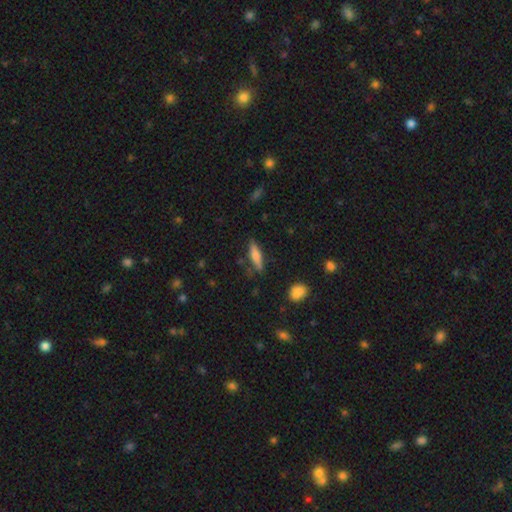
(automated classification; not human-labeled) A smooth galaxy with no disk features (63%) that is cigar-shaped (67%).

Vote fractions:
- Smooth or featured? smooth: 63% / featured or disk: 30% / star or artifact: 7%
- How rounded? cigar-shaped: 67% / in between: 31% / round: 2%
- Merging? none: 80% / minor disturbance: 14% / major disturbance: 3% / merger: 3%